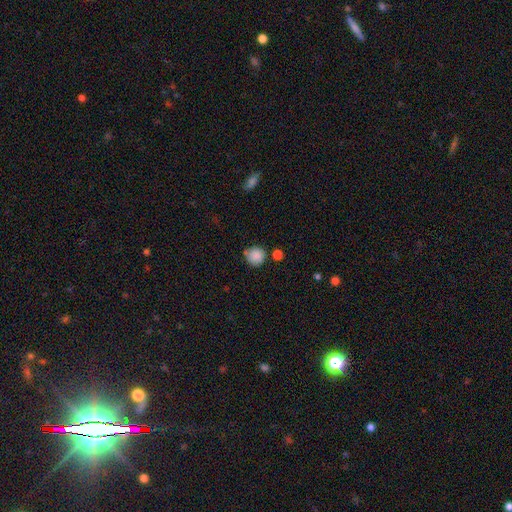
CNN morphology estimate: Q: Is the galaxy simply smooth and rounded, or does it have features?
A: smooth — 87%.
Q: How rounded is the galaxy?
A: round — 92%.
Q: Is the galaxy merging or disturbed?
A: none — 73%.